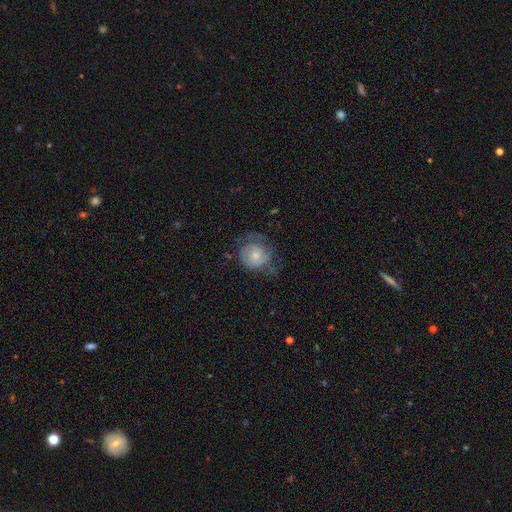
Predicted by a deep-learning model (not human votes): Smooth or featured? featured or disk (48%)
Merging? none (46%)